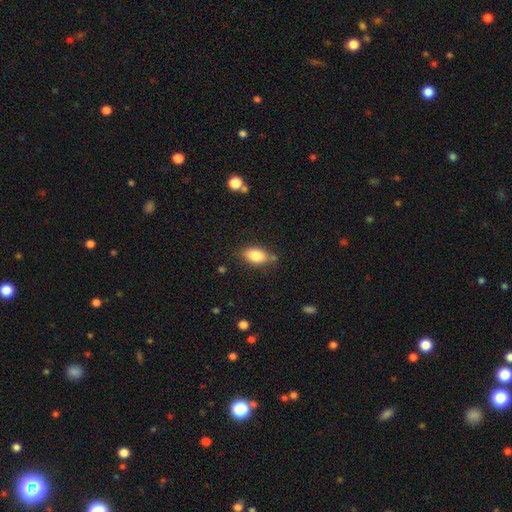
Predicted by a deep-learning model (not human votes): This appears to be a smooth galaxy with no disk features (82%) that is in between round and cigar-shaped (89%). Merging: none (75%).